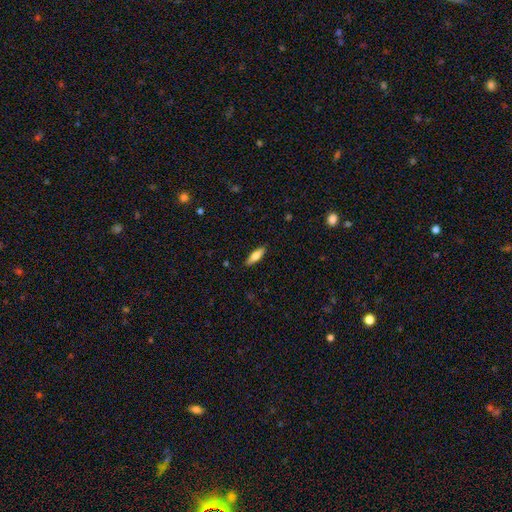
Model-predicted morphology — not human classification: This appears to be a smooth galaxy with no disk features (70%) that is cigar-shaped (53%). Merging: none (89%).